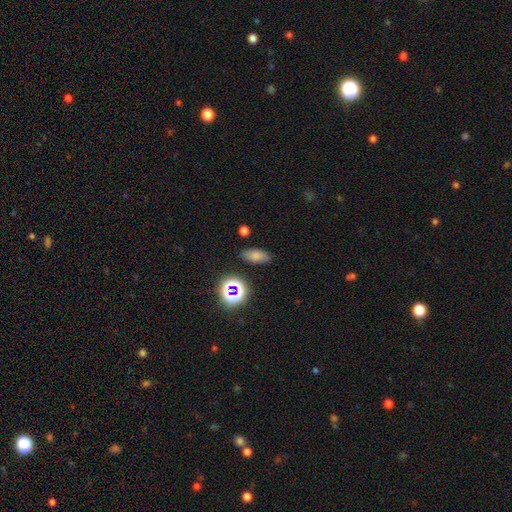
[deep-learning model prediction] smooth_or_featured: smooth (p=0.73) [alt: star or artifact p=0.17]
how_rounded: in between (p=0.84) [alt: round p=0.08]
merging: none (p=0.82) [alt: minor disturbance p=0.12]